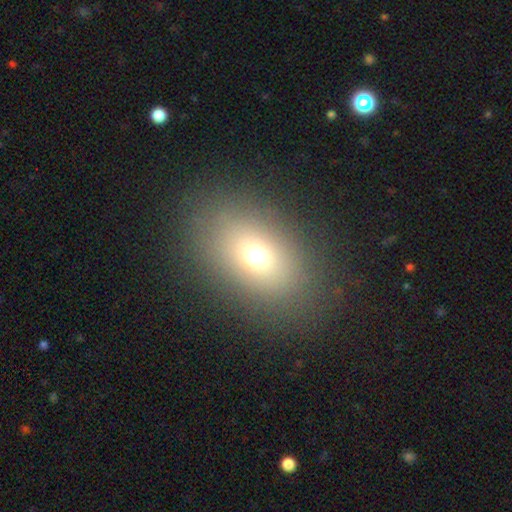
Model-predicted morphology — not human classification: A smooth galaxy with no disk features (69%) that is in between round and cigar-shaped (78%). Merging: none (85%).